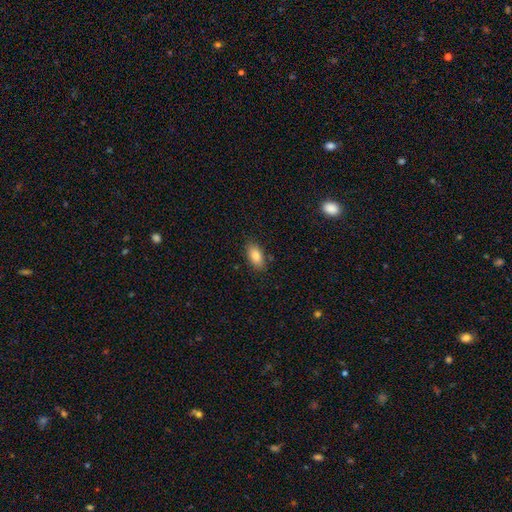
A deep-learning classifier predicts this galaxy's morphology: Smooth or featured: smooth — 84% (featured or disk — 8%)
How rounded: in between — 92% (cigar-shaped — 4%)
Merging: none — 84% (minor disturbance — 12%)